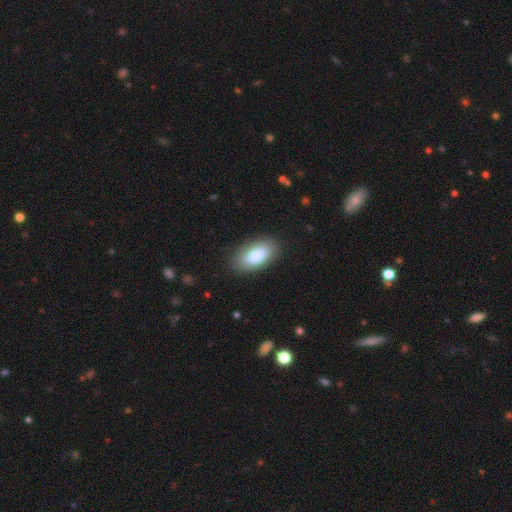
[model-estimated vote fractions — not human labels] smooth-or-featured: smooth: 82% | featured or disk: 11% | star or artifact: 7%
  how-rounded: in between: 94% | round: 3% | cigar-shaped: 3%
  merging: none: 85% | minor disturbance: 11% | major disturbance: 3% | merger: 1%